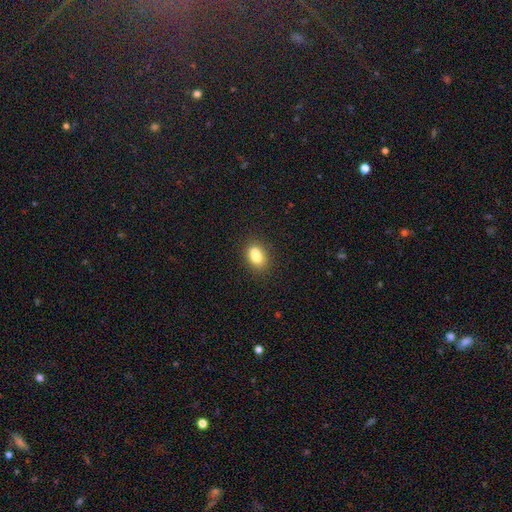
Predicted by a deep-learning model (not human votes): This appears to be a smooth galaxy with no disk features (80%) that is in between round and cigar-shaped (80%). Merging: none (66%).